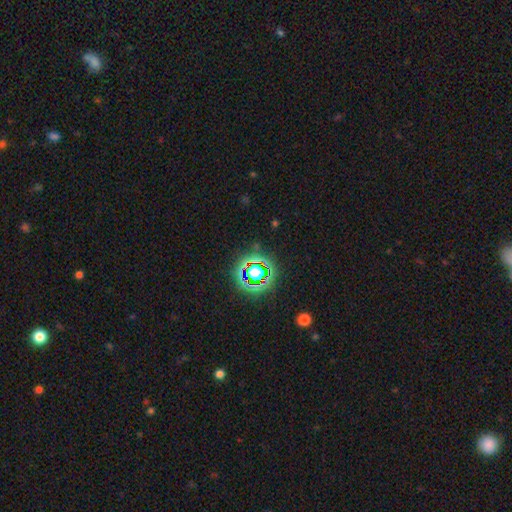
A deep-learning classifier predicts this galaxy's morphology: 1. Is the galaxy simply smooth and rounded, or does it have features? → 77% star or artifact, 14% smooth, 8% featured or disk.